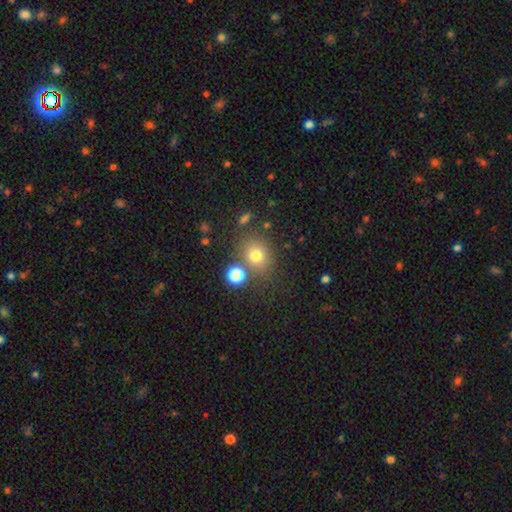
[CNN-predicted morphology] A smooth galaxy with no disk features (74%) that is round (71%). Merging: none (71%).